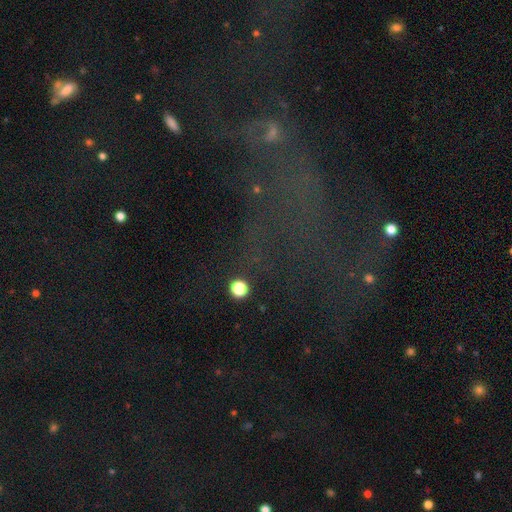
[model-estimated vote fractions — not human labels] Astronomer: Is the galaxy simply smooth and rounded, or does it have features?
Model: star or artifact — 60%.